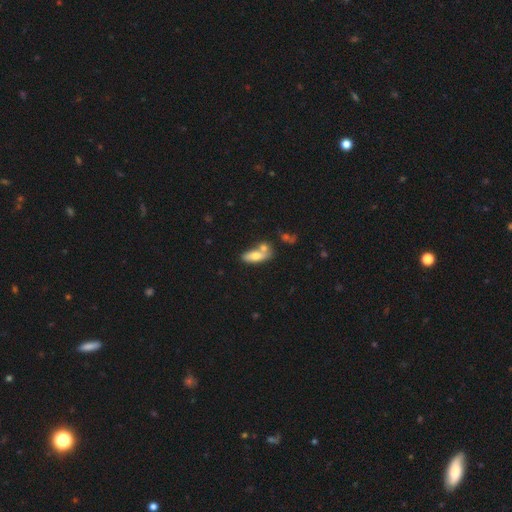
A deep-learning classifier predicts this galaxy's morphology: A smooth galaxy with no disk features (71%) that is in between round and cigar-shaped (78%). Merging: none (42%).